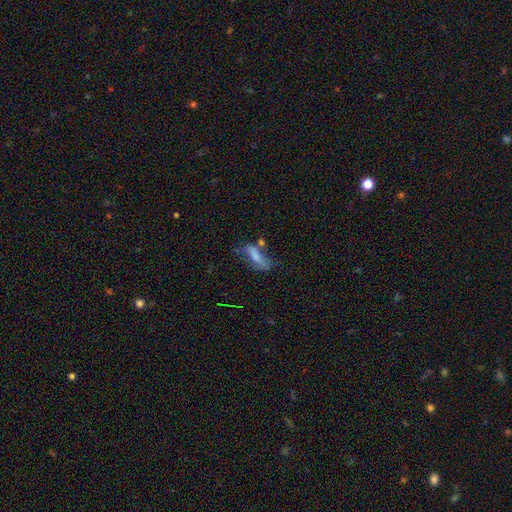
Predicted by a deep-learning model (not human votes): Q: Smooth or featured?
A: smooth (55%); runner-up: featured or disk (34%)
Q: How rounded?
A: in between (62%); runner-up: cigar-shaped (34%)
Q: Merging?
A: none (35%); runner-up: minor disturbance (24%)